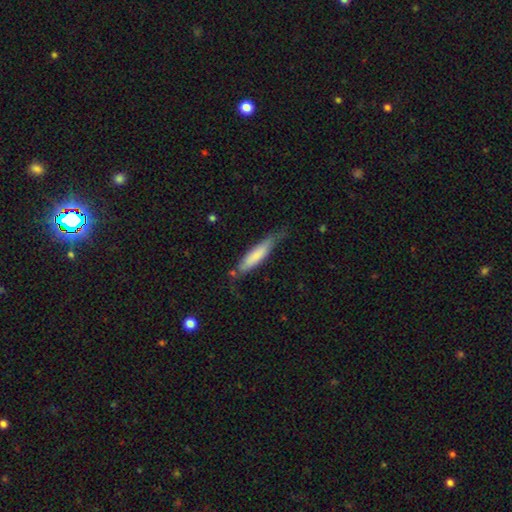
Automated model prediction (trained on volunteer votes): Overall: smooth (73%). How rounded: cigar-shaped (80%). Merging: none (61%; minor disturbance 29%).